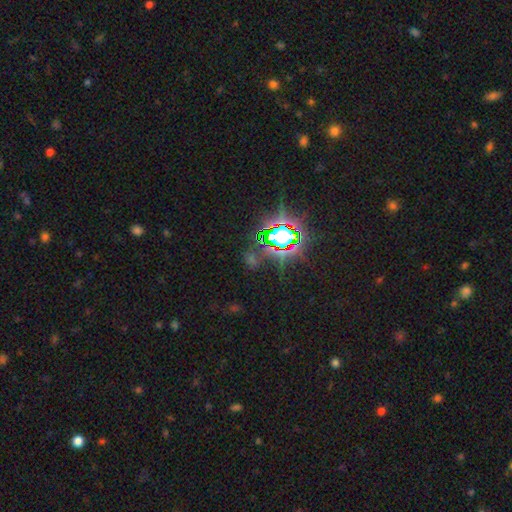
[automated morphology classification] This is clearly a star or artifact rather than a galaxy (81%).